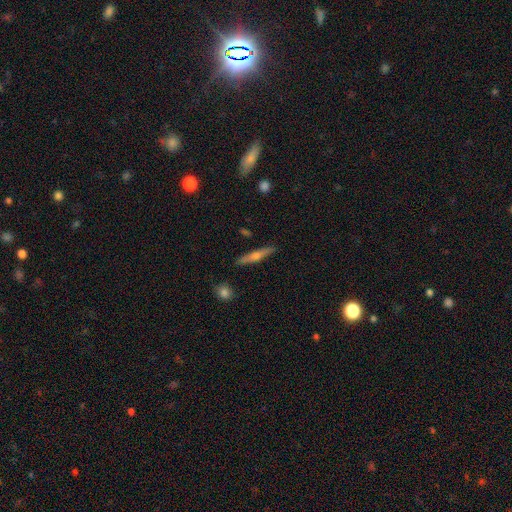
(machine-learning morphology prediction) This is possibly a featured or disk galaxy (55%). It is clearly viewed edge-on (96%). Edge-on bulge: clearly rounded (86%). Merging: clearly none (90%).